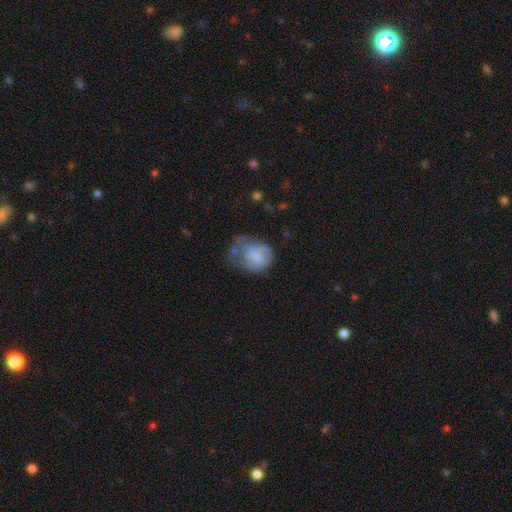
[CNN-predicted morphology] Smooth or featured: smooth — 54% (featured or disk — 37%)
How rounded: in between — 50% (round — 49%)
Merging: major disturbance — 41% (minor disturbance — 29%)